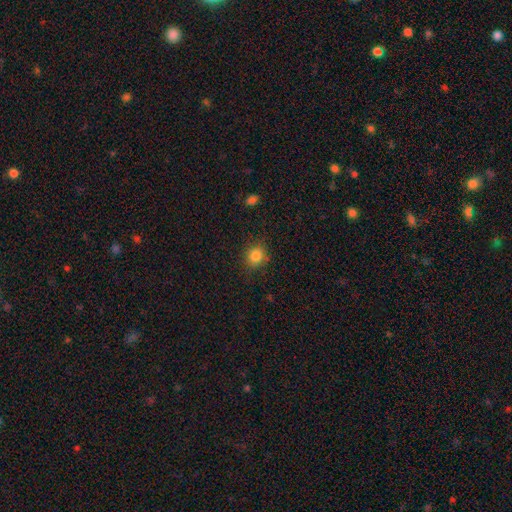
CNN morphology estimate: The model was most divided on "how rounded": round: 80%, in between: 19%, cigar-shaped: 1%. More confident: merging — none (85%); smooth or featured — smooth (84%).